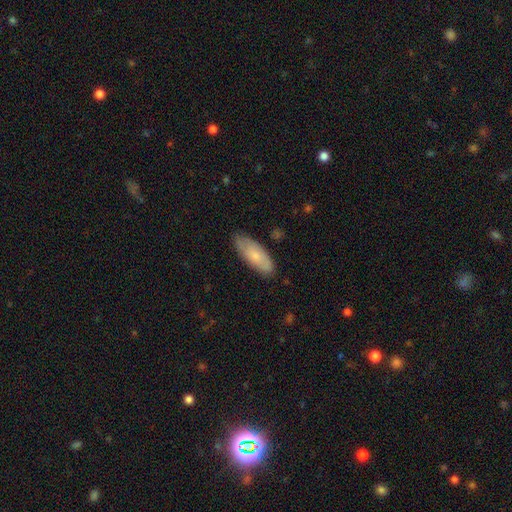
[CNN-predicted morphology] The model was most divided on "how rounded": in between: 74%, cigar-shaped: 24%, round: 2%. More confident: merging — none (79%); smooth or featured — smooth (73%).